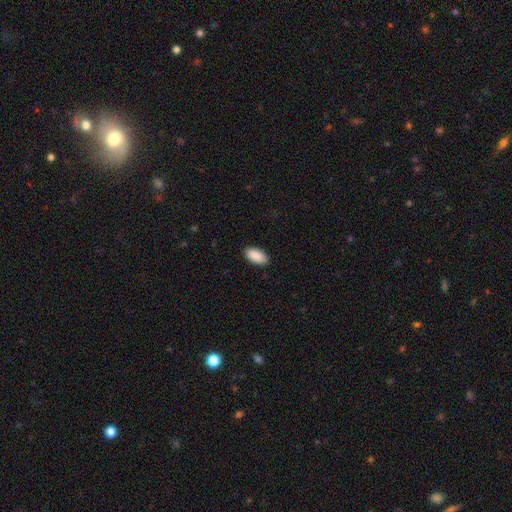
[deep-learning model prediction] smooth-or-featured: smooth: 91% | star or artifact: 6% | featured or disk: 3%
  how-rounded: in between: 95% | cigar-shaped: 3% | round: 2%
  merging: none: 89% | minor disturbance: 8% | major disturbance: 2% | merger: 1%